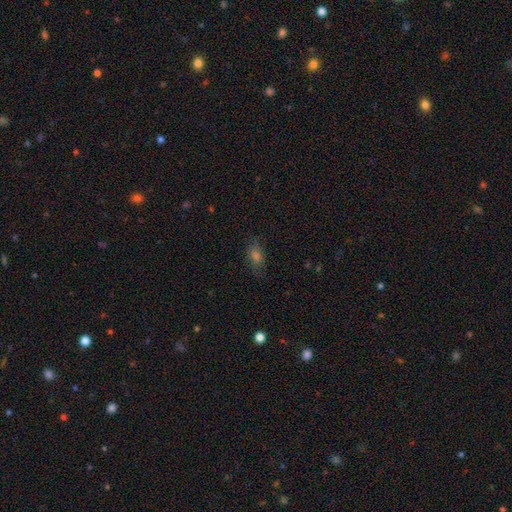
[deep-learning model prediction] The model was most divided on "smooth or featured": smooth: 58%, star or artifact: 24%, featured or disk: 18%. More confident: merging — none (78%); how rounded — in between (75%).